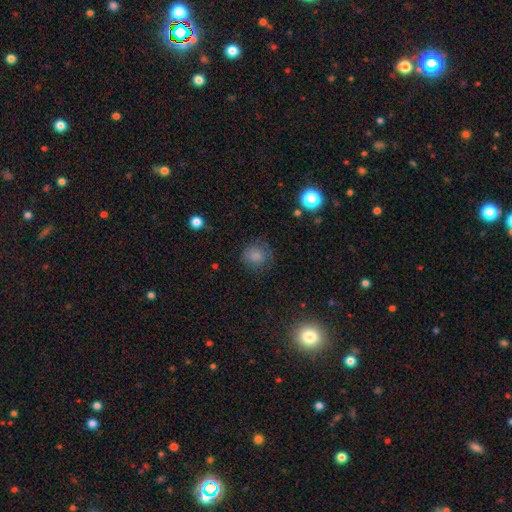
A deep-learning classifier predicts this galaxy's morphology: A smooth galaxy with no disk features (79%) that is round (86%).

Vote fractions:
- Smooth or featured? smooth: 79% / star or artifact: 12% / featured or disk: 8%
- How rounded? round: 86% / in between: 13% / cigar-shaped: 1%
- Merging? none: 72% / minor disturbance: 18% / major disturbance: 8% / merger: 1%